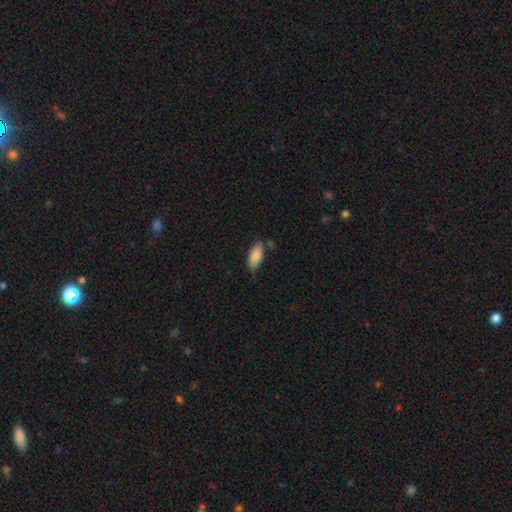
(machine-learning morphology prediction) Smooth or featured? smooth (83%)
How rounded? in between (90%)
Merging? none (73%)